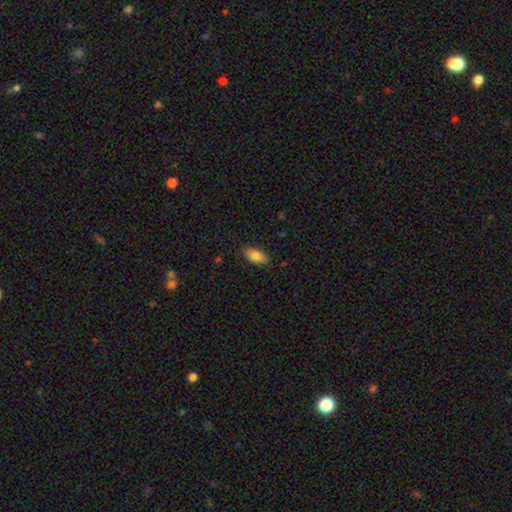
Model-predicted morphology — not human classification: This appears to be a smooth galaxy with no disk features (84%) that is in between round and cigar-shaped (89%). Merging: none (85%).